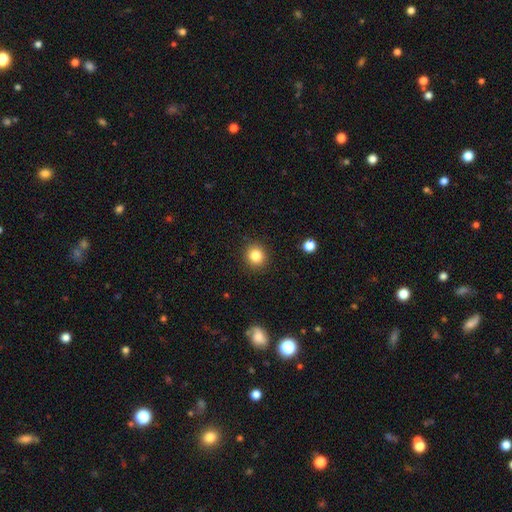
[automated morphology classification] Overall: smooth (83%). How rounded: round (86%). Merging: none (90%).